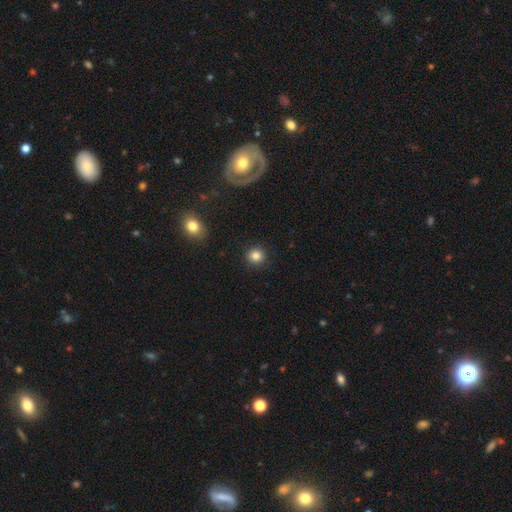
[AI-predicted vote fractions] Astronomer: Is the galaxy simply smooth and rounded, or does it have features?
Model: smooth — 84%.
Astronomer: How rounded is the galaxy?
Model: round — 93%.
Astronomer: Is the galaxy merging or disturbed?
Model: none — 91%.